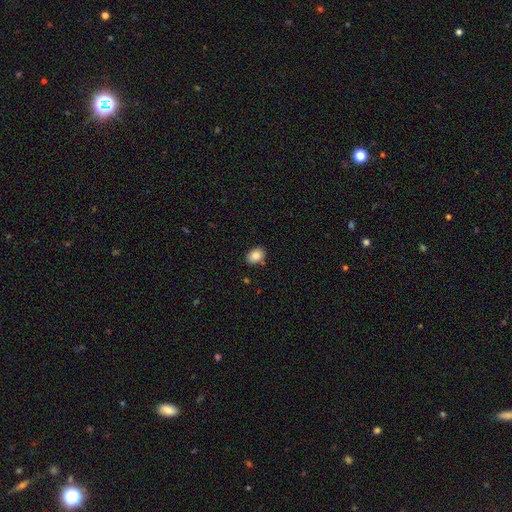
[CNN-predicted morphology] Smooth or featured: smooth — 86% (star or artifact — 8%)
How rounded: in between — 70% (round — 29%)
Merging: none — 84% (minor disturbance — 10%)